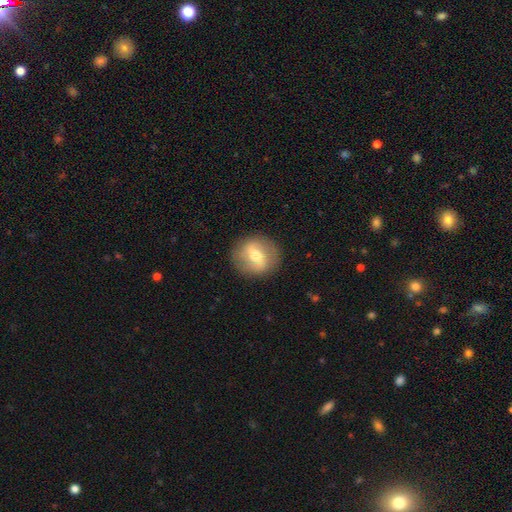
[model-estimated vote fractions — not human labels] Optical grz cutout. It shows a featured or disk galaxy (51%). Merging: none (85%).